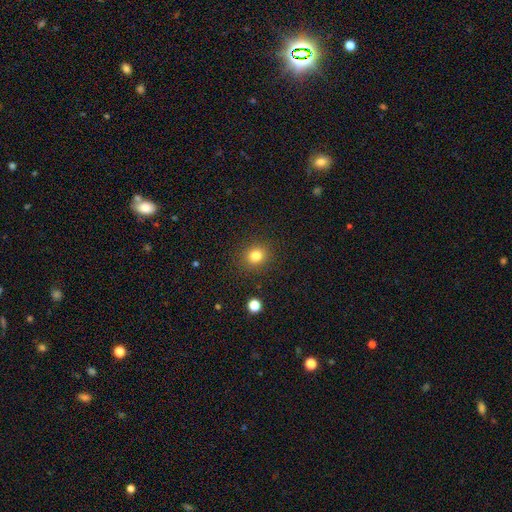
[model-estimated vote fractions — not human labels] Morphology: type=smooth (81%); roundness=round (77%); merging=none (88%).